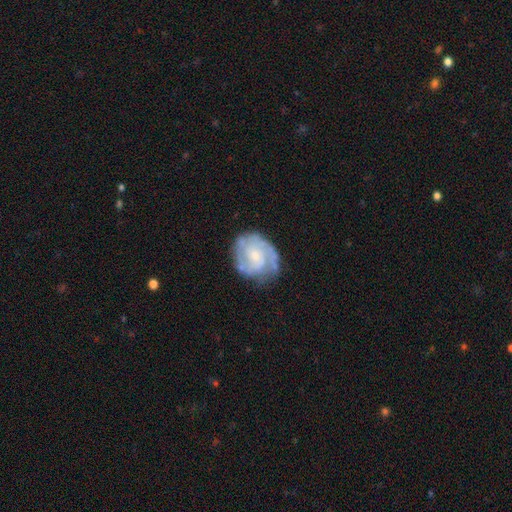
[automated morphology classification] The model was most divided on "spiral arm count": 2: 43%, can't tell: 30%, 3: 14%, 1: 7%, 4: 4%, more than 4: 3%. More confident: edge-on disk — no (98%); spiral arms — yes (90%); smooth or featured — featured or disk (79%); merging — none (67%); bar — no (67%); bulge size — small (63%); spiral winding — tight (58%).